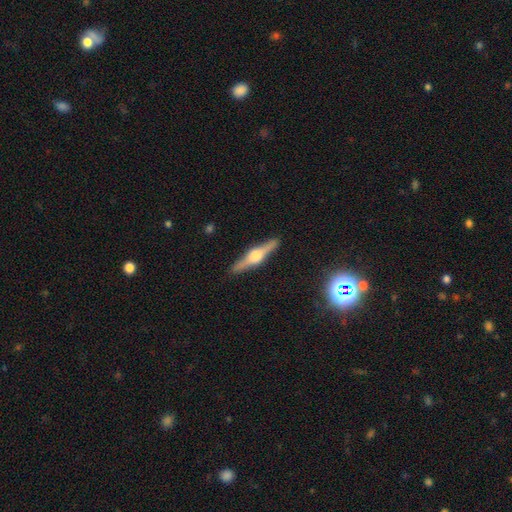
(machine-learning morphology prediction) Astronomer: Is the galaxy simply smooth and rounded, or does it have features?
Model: featured or disk — 76%.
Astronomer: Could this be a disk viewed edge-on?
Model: yes — 98%.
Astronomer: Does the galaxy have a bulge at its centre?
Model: rounded — 94%.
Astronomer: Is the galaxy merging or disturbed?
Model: none — 91%.